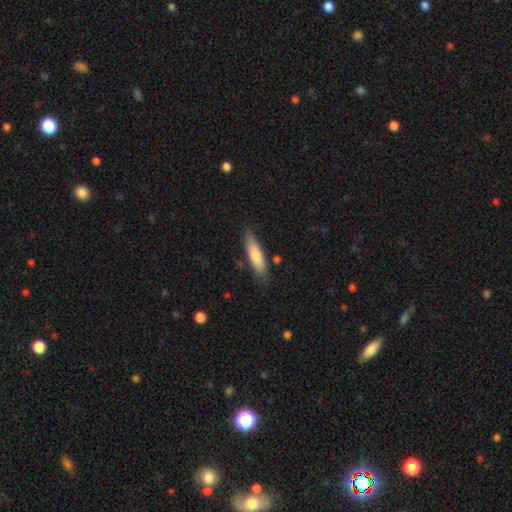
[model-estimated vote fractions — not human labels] Morphology: type=smooth (68%); roundness=cigar-shaped (71%); merging=none (81%).